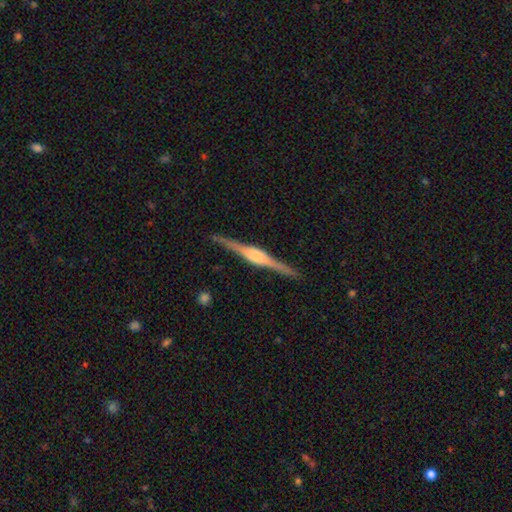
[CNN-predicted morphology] The model was most divided on "edge-on bulge": rounded: 72%, boxy: 24%, none: 4%. More confident: edge-on disk — yes (98%); merging — none (88%); smooth or featured — featured or disk (84%).